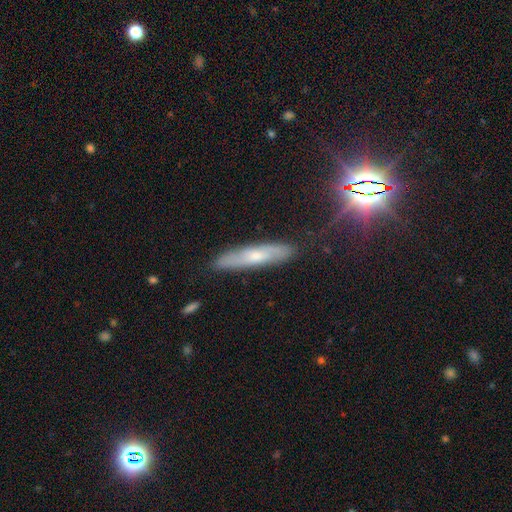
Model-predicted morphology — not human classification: Smooth or featured? smooth (47%)
Merging? none (84%)